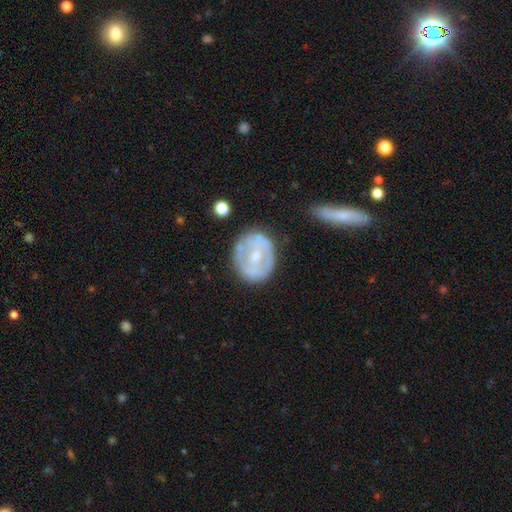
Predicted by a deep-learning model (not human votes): The model was most divided on "bulge size": moderate: 46%, small: 42%, none: 7%, large: 3%, dominant: 1%. Remaining: edge-on disk — no (95%); merging — none (69%); spiral arms — no (66%); smooth or featured — featured or disk (58%); bar — no (48%).